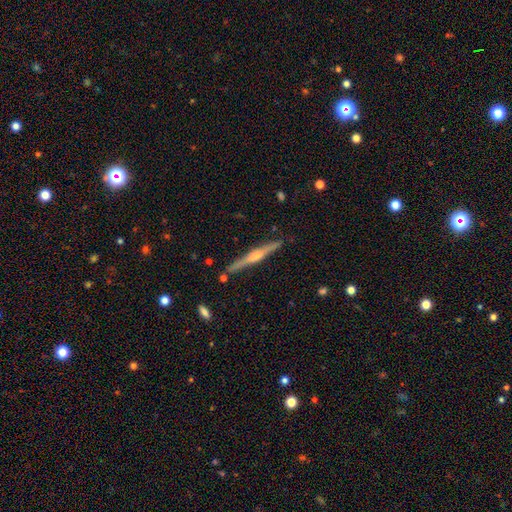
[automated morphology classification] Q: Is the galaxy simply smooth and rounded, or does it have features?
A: featured or disk — 75%.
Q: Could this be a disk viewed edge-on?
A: yes — 98%.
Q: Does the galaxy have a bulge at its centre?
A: rounded — 80%.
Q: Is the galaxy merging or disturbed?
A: none — 88%.